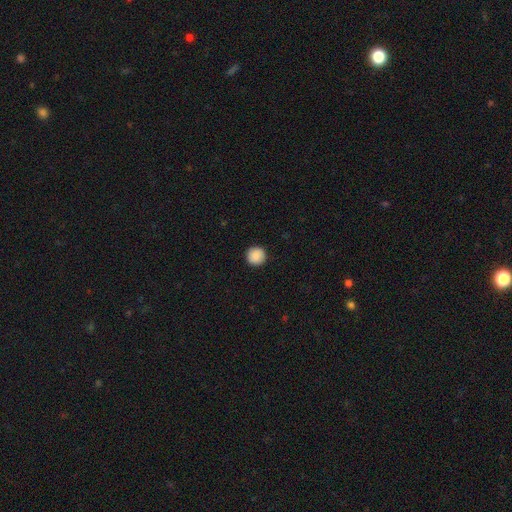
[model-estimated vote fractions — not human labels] smooth-or-featured: smooth: 89% | star or artifact: 8% | featured or disk: 3%
  how-rounded: round: 96% | in between: 3% | cigar-shaped: 1%
  merging: none: 93% | minor disturbance: 5% | major disturbance: 2% | merger: 1%